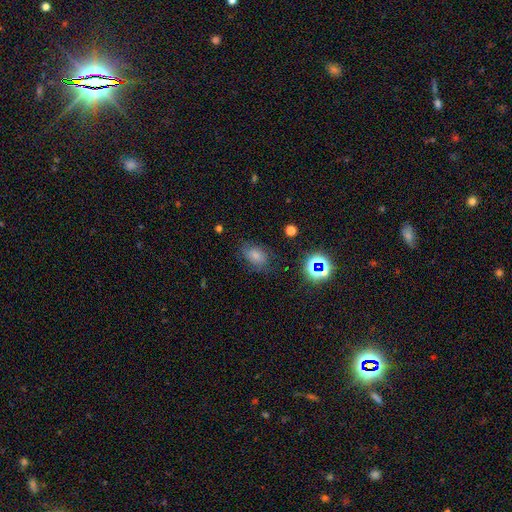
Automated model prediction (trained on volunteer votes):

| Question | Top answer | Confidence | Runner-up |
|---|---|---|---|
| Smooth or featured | smooth | 68% | star or artifact (18%) |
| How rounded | in between | 82% | round (16%) |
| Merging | none | 69% | minor disturbance (21%) |